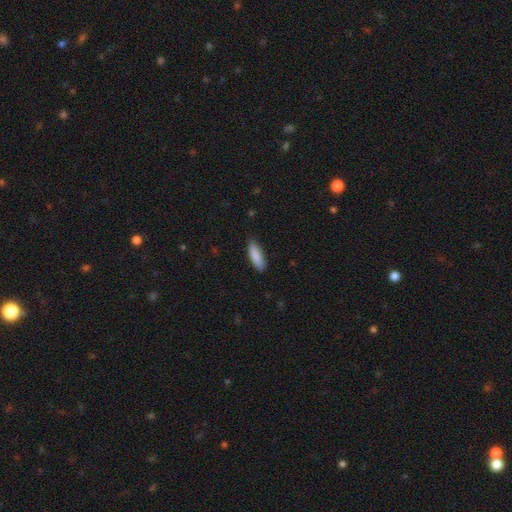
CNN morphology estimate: A smooth galaxy with no disk features (88%) that is in between round and cigar-shaped (52%). Merging: none (84%).